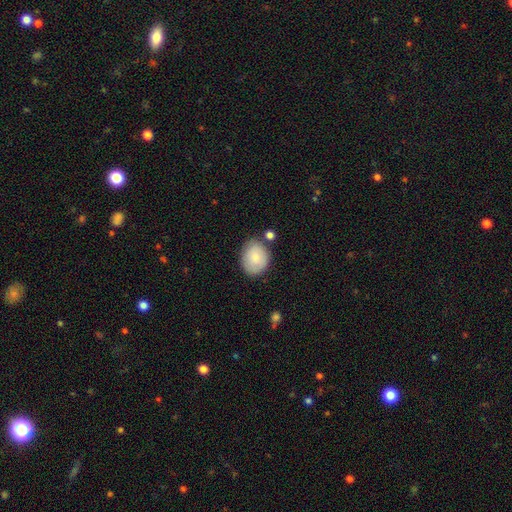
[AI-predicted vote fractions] This is clearly a smooth galaxy (83%). How rounded: possibly in between (50%). Merging: likely none (73%).